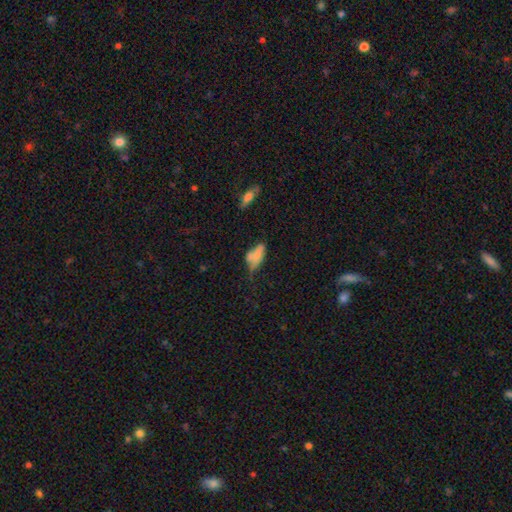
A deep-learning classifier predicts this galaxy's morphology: Smooth or featured? smooth (63%)
How rounded? in between (82%)
Merging? minor disturbance (30%)